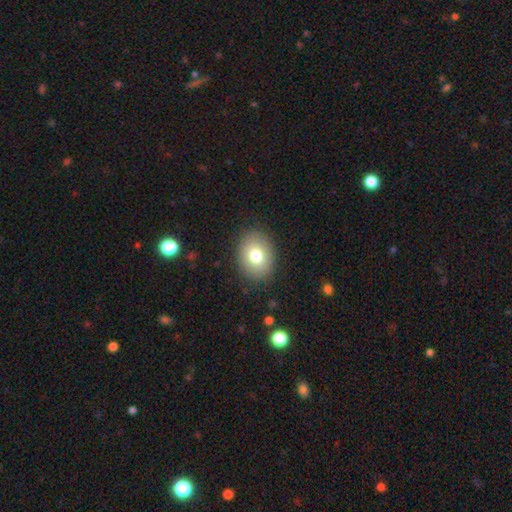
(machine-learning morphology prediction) This appears to be a smooth galaxy with no disk features (76%) that is in between round and cigar-shaped (57%). Merging: none (87%).